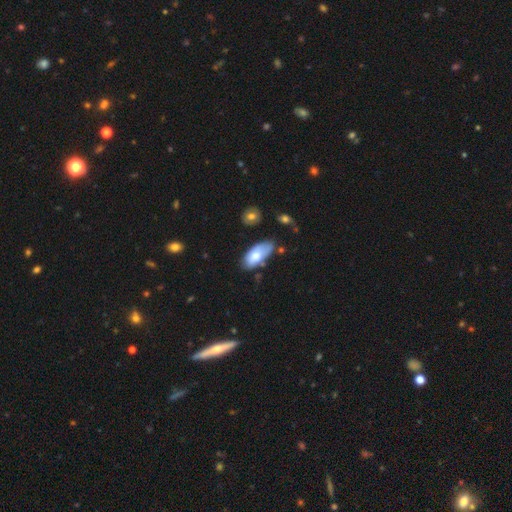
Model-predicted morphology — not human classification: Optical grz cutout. It shows a smooth galaxy with no disk features (71%) that is in between round and cigar-shaped (91%). Merging: none (54%).